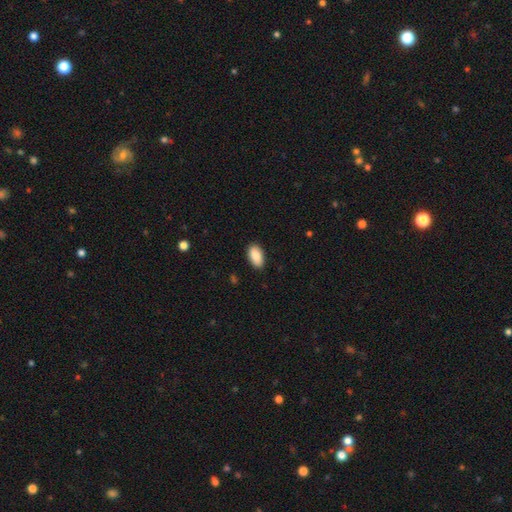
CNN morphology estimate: smooth-or-featured: smooth: 90% | star or artifact: 6% | featured or disk: 4%
  how-rounded: in between: 95% | round: 3% | cigar-shaped: 2%
  merging: none: 87% | minor disturbance: 10% | major disturbance: 2% | merger: 1%